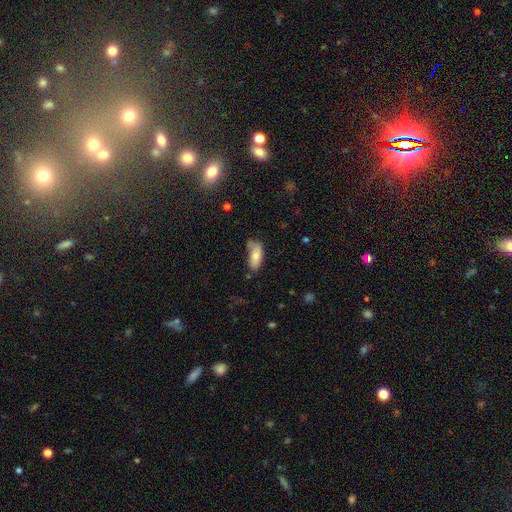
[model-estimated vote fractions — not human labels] The model was most divided on "merging": none: 42%, minor disturbance: 36%, major disturbance: 15%, merger: 7%. More confident: how rounded — in between (82%); smooth or featured — smooth (79%).